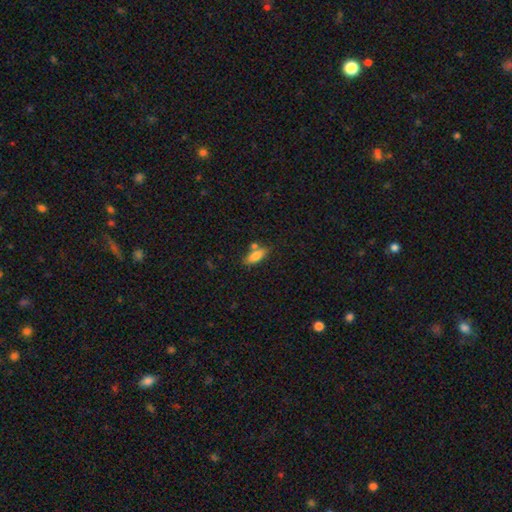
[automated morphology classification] smooth 77%, featured or disk 15%, star or artifact 8%. Down the decision tree: how rounded — in between (70%); merging — none (63%).